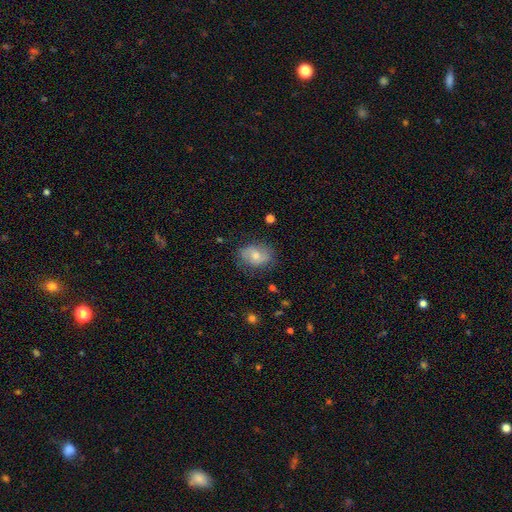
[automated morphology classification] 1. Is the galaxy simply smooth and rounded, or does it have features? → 54% smooth, 37% featured or disk, 8% star or artifact.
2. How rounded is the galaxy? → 62% in between, 37% round, 1% cigar-shaped.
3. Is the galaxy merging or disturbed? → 72% none, 20% minor disturbance, 7% major disturbance, 1% merger.